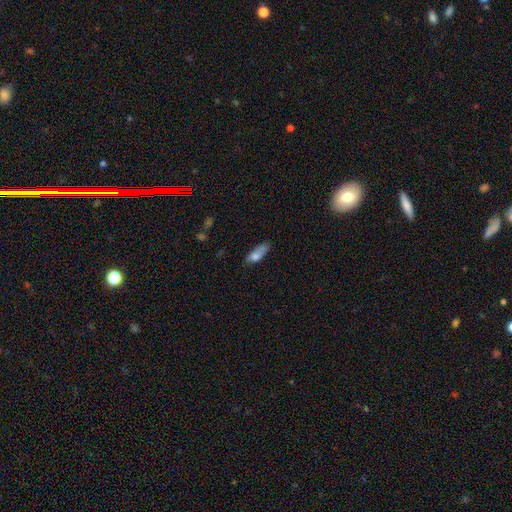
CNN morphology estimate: smooth-or-featured: smooth: 73% | featured or disk: 19% | star or artifact: 8%
  how-rounded: in between: 64% | cigar-shaped: 33% | round: 3%
  merging: none: 46% | minor disturbance: 33% | major disturbance: 15% | merger: 6%